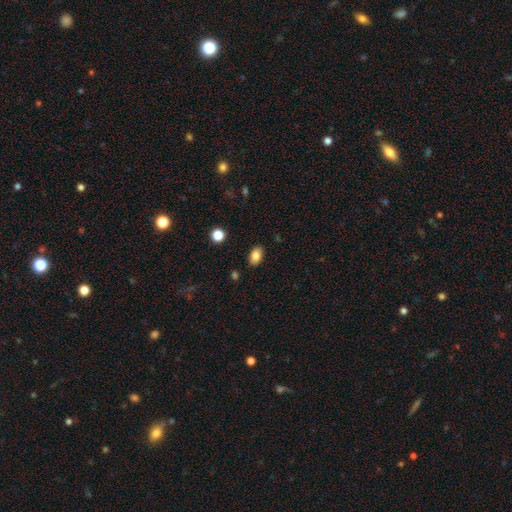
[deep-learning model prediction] Overall: smooth (84%). How rounded: in between (88%). Merging: none (86%).